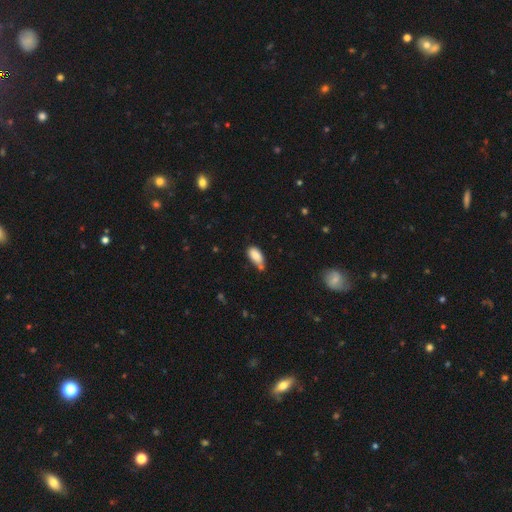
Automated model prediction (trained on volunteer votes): Smooth or featured? Predicted: smooth (p=0.84). How rounded? Predicted: in between (p=0.89). Merging? Predicted: none (p=0.48).